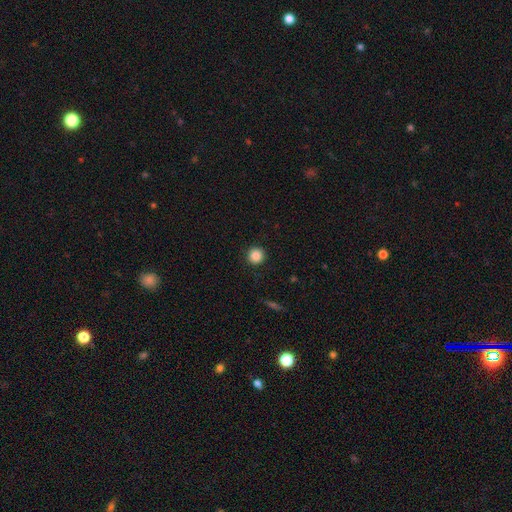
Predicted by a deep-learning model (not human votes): Smooth or featured? smooth (87%)
How rounded? round (95%)
Merging? none (92%)